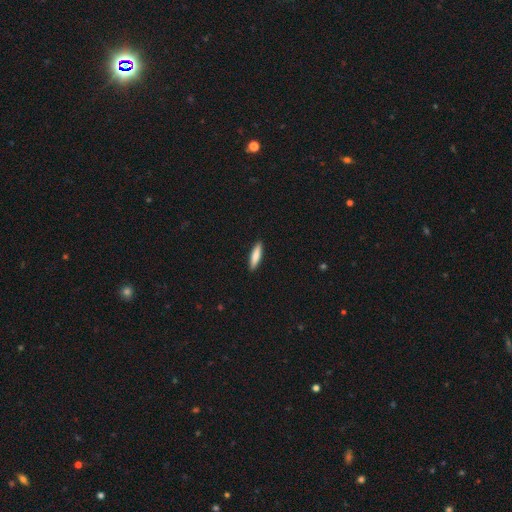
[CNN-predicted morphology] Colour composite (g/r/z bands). It shows a smooth galaxy with no disk features (82%) that is cigar-shaped (77%). Merging: none (91%).